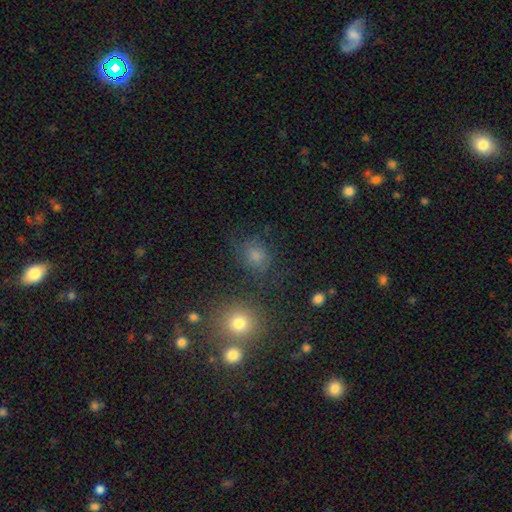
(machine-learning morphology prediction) This appears to be a smooth galaxy with no disk features (69%) that is round (68%). Merging: none (72%).